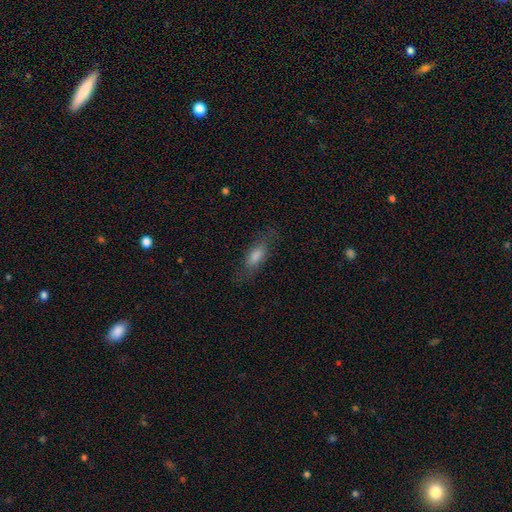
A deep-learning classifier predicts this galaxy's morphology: smooth-or-featured: smooth: 63% | featured or disk: 27% | star or artifact: 10%
  how-rounded: in between: 54% | cigar-shaped: 43% | round: 3%
  merging: none: 75% | minor disturbance: 16% | major disturbance: 8% | merger: 1%